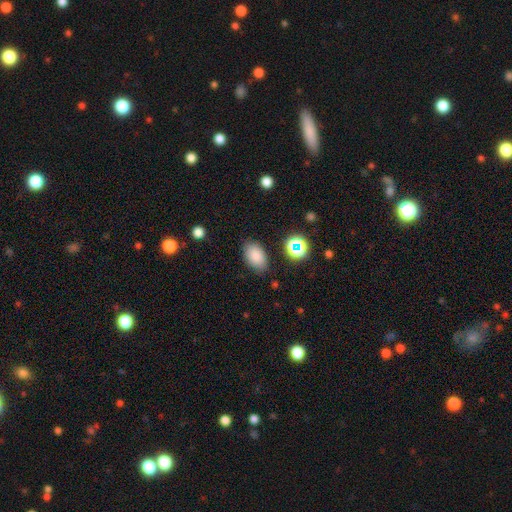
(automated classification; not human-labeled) smooth_or_featured: smooth (p=0.83) [alt: star or artifact p=0.10]
how_rounded: in between (p=0.90) [alt: round p=0.09]
merging: none (p=0.83) [alt: minor disturbance p=0.12]